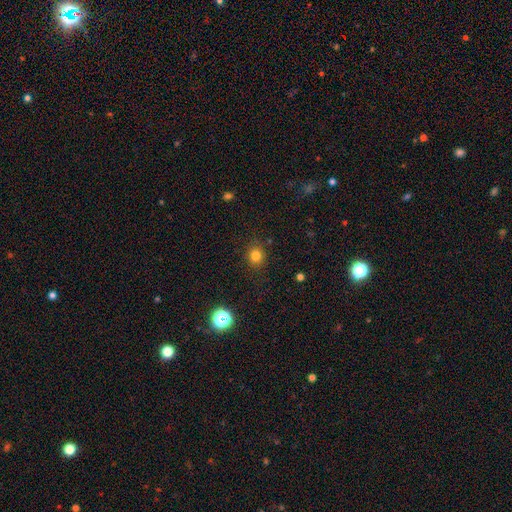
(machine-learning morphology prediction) type=smooth (79%); roundness=round (81%); merging=none (87%).